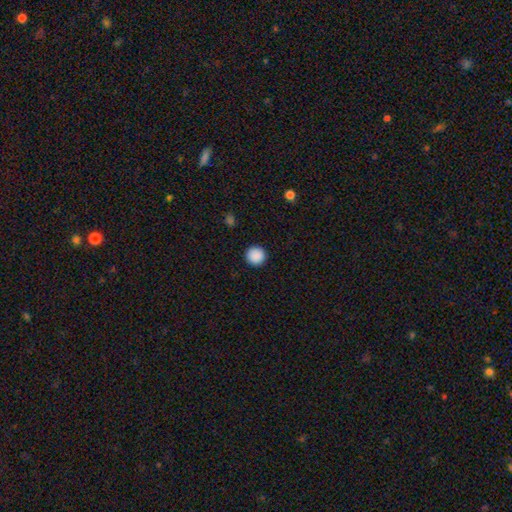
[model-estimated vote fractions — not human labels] A smooth galaxy with no disk features (89%) that is round (96%).

Vote fractions:
- Smooth or featured? smooth: 89% / star or artifact: 9% / featured or disk: 2%
- How rounded? round: 96% / in between: 3% / cigar-shaped: 1%
- Merging? none: 93% / minor disturbance: 5% / major disturbance: 2% / merger: 1%